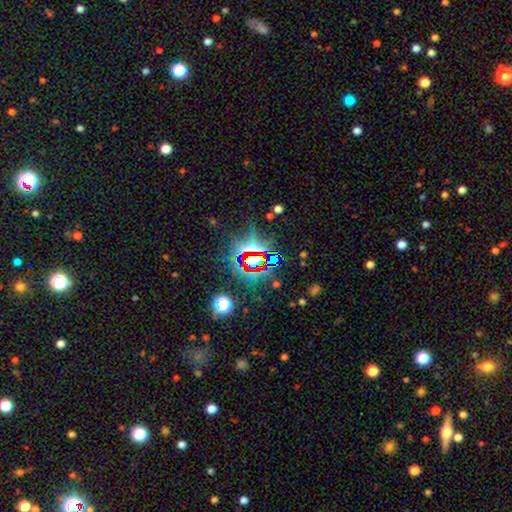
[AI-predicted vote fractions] Overall: star or artifact (73%).